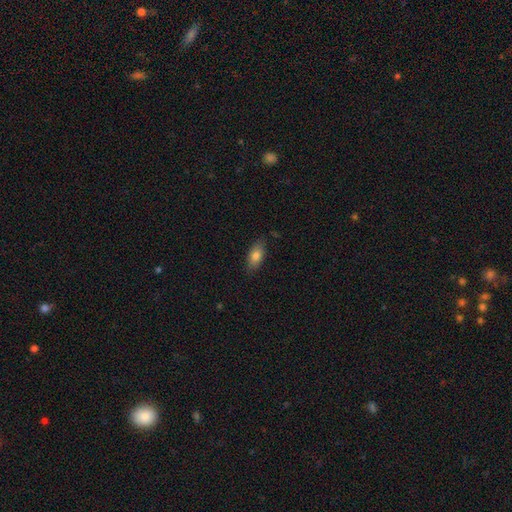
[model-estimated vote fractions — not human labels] Smooth or featured? Predicted: smooth (p=0.81). How rounded? Predicted: in between (p=0.88). Merging? Predicted: none (p=0.82).